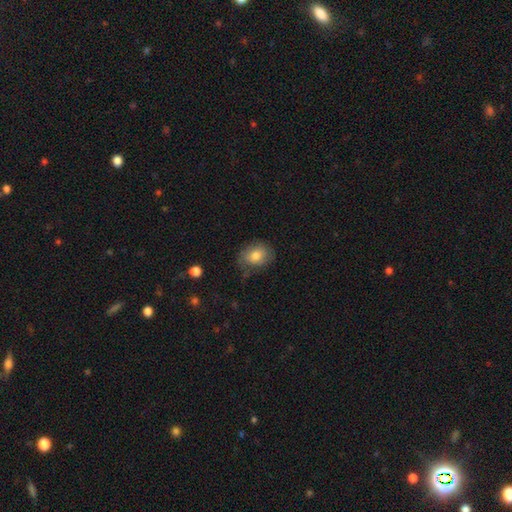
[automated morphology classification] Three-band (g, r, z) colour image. It shows a smooth galaxy with no disk features (76%) that is in between round and cigar-shaped (59%). Merging: none (62%).